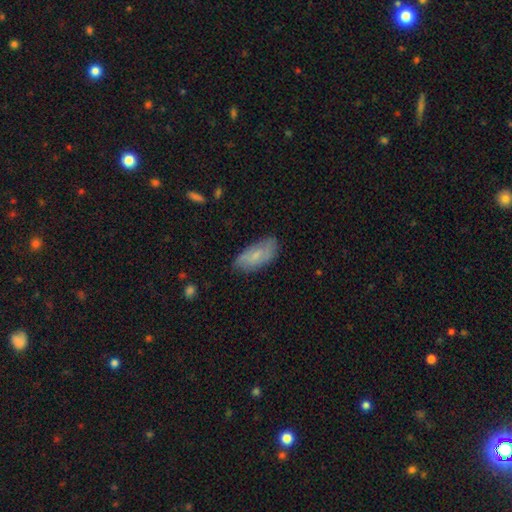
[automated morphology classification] Overall: smooth (66%; featured or disk 27%). How rounded: in between (90%). Merging: none (72%).